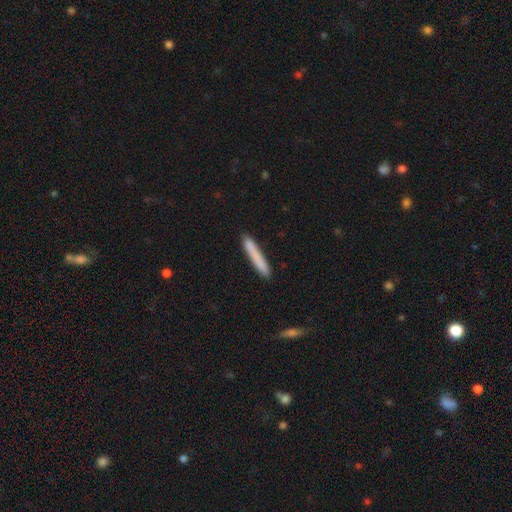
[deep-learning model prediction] Overall: smooth (79%). How rounded: cigar-shaped (96%). Merging: none (88%).